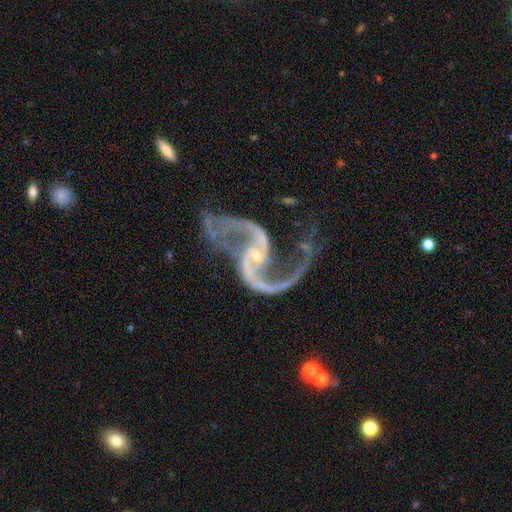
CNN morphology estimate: This appears to be a featured or disk galaxy (94%) with no bar (45%), 2 (94%) loose (67%) spiral arms (98%) and a small central bulge (81%). Merging: none (55%).